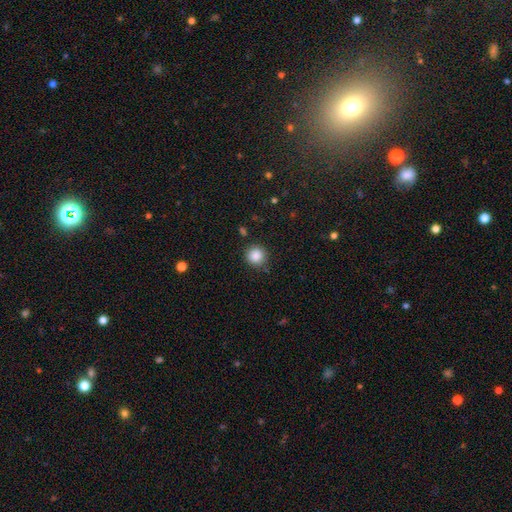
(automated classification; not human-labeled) Smooth or featured? Predicted: smooth (p=0.87). How rounded? Predicted: round (p=0.92). Merging? Predicted: none (p=0.85).